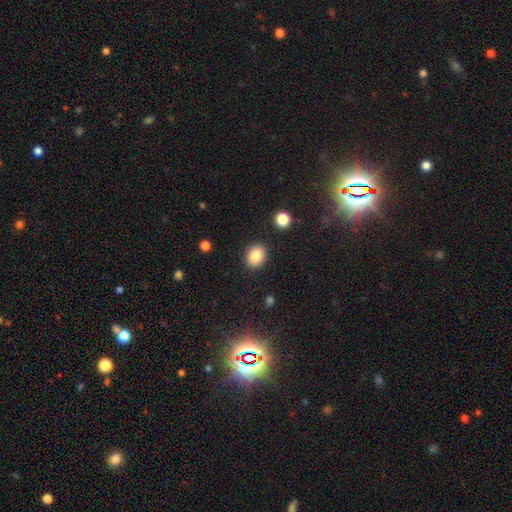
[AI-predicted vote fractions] A smooth galaxy with no disk features (86%) that is in between round and cigar-shaped (53%). Merging: none (88%).